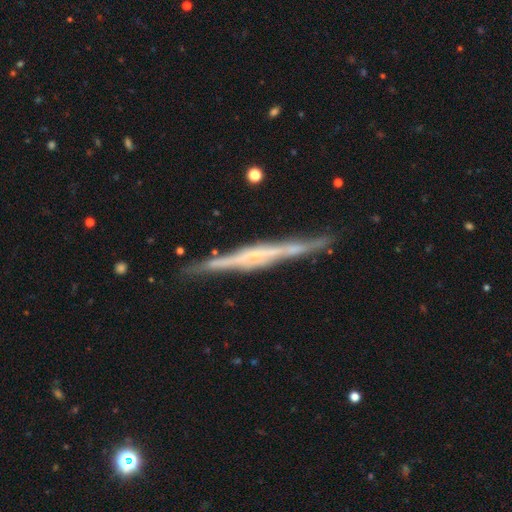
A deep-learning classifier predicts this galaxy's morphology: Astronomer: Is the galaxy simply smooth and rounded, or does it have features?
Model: featured or disk — 83%.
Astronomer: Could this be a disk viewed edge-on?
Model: yes — 97%.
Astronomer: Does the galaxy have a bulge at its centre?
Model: rounded — 34%, tied with none at 34%.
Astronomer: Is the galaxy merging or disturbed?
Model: none — 84%.